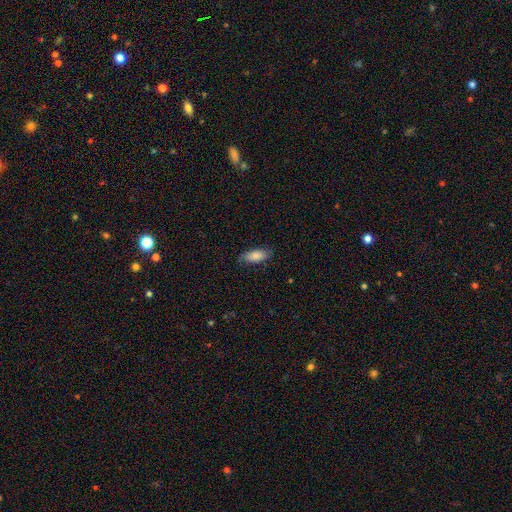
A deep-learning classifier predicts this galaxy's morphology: smooth-or-featured: smooth: 81% | featured or disk: 13% | star or artifact: 6%
  how-rounded: in between: 82% | cigar-shaped: 16% | round: 2%
  merging: none: 77% | minor disturbance: 18% | major disturbance: 4% | merger: 1%